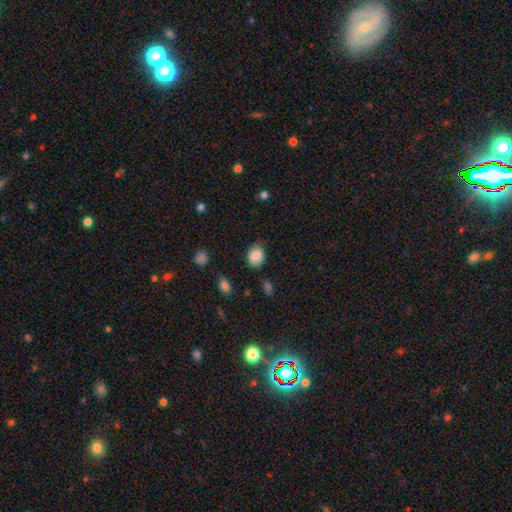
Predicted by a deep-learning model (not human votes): Q: Smooth or featured?
A: smooth (85%); runner-up: star or artifact (8%)
Q: How rounded?
A: in between (57%); runner-up: round (42%)
Q: Merging?
A: none (73%); runner-up: minor disturbance (21%)